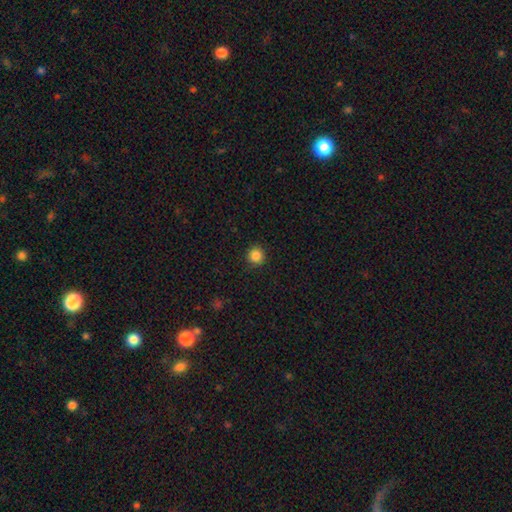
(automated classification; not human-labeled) A smooth galaxy with no disk features (85%) that is round (95%).

Vote fractions:
- Smooth or featured? smooth: 85% / star or artifact: 11% / featured or disk: 4%
- How rounded? round: 95% / in between: 4% / cigar-shaped: 1%
- Merging? none: 92% / minor disturbance: 5% / major disturbance: 2% / merger: 1%